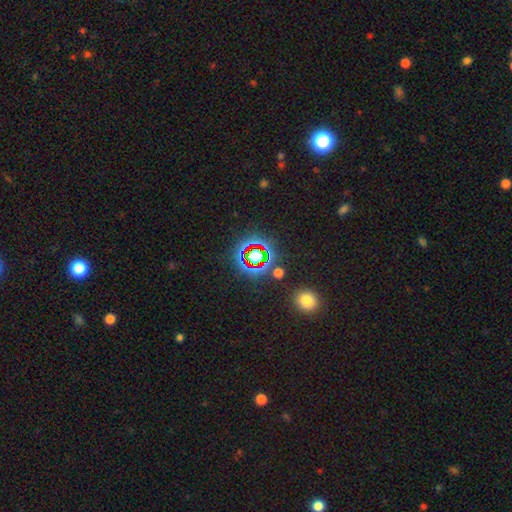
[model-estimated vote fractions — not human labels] Smooth or featured? star or artifact (71%)